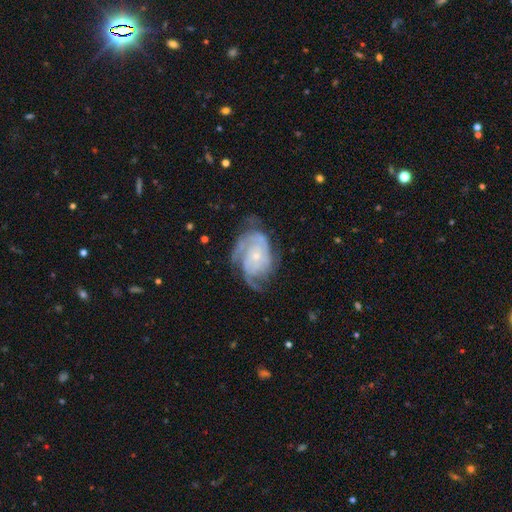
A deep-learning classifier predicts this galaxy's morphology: This is clearly a featured or disk galaxy (86%). It is clearly not viewed edge-on (97%). Bar: likely no (75%). Spiral arm pattern: clearly yes (95%). Spiral arm count: marginally 3 (31%). Spiral winding: possibly tight (57%). Central bulge: likely small (73%). Merging: possibly none (59%).